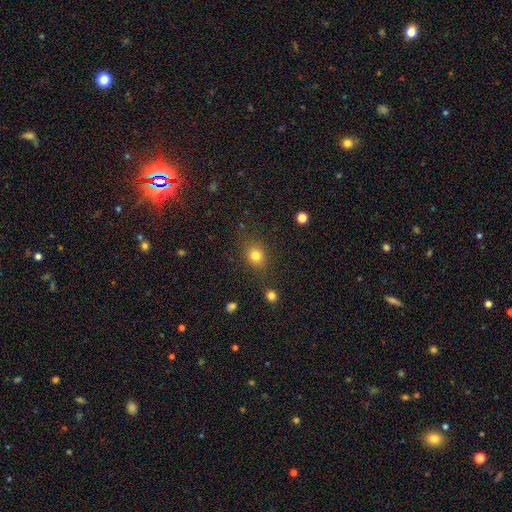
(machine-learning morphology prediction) Smooth or featured: smooth — 81% (star or artifact — 13%)
How rounded: round — 69% (in between — 30%)
Merging: none — 83% (minor disturbance — 11%)